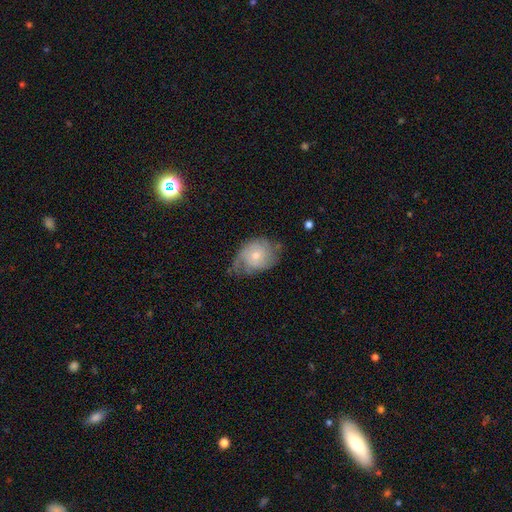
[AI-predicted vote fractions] Q: Smooth or featured?
A: featured or disk (51%); runner-up: smooth (43%)
Q: Edge-on disk?
A: no (96%); runner-up: yes (4%)
Q: Merging?
A: none (44%); runner-up: minor disturbance (36%)